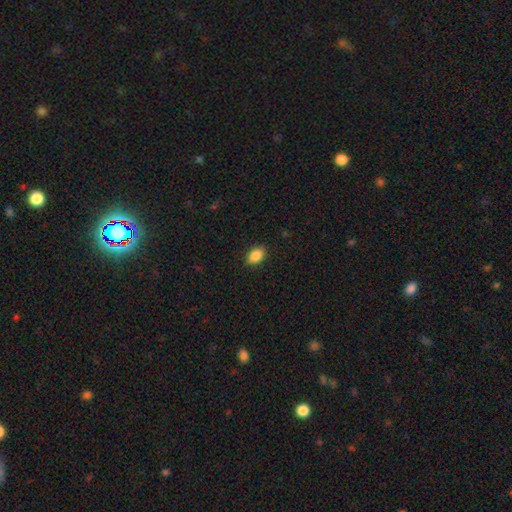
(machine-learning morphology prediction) smooth 88%, star or artifact 8%, featured or disk 4%. Down the decision tree: how rounded — in between (86%); merging — none (88%).